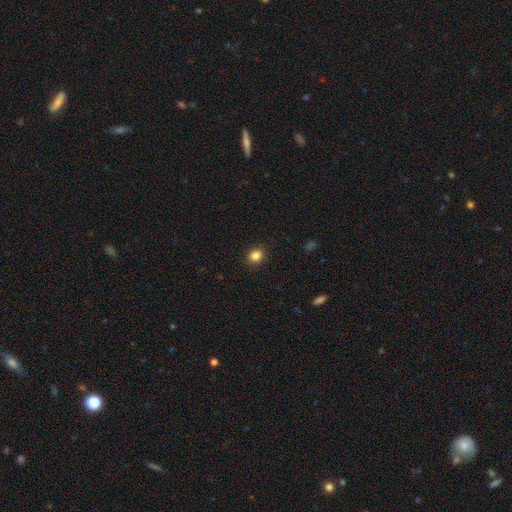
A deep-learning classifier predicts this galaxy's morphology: type=smooth (85%); roundness=round (62%); merging=none (90%).